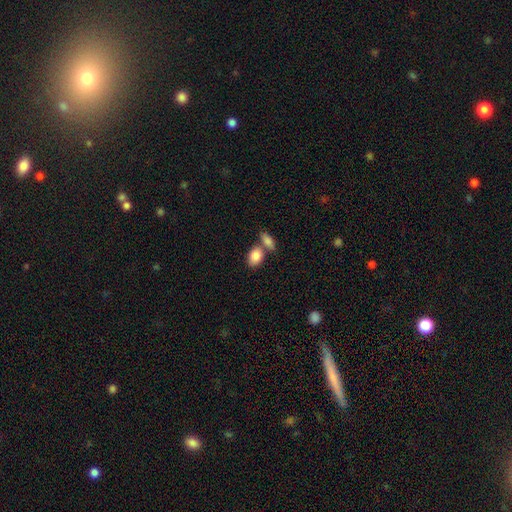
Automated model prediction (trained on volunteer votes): Smooth or featured?
  - smooth: 85% *
  - featured or disk: 8%
  - star or artifact: 7%
How rounded?
  - in between: 78% *
  - round: 20%
  - cigar-shaped: 2%
Merging?
  - none: 46% *
  - merger: 41%
  - minor disturbance: 10%
  - major disturbance: 3%